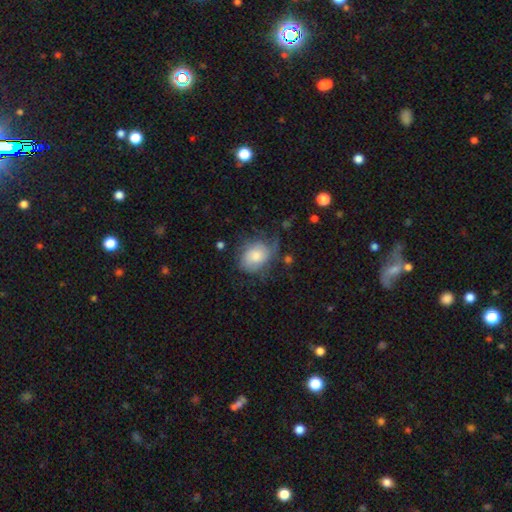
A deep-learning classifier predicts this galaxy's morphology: type=smooth (60%); roundness=in between (53%); merging=none (45%).